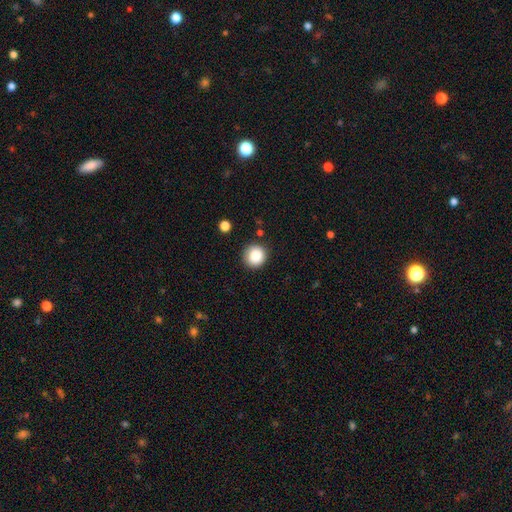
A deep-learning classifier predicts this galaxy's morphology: This is clearly a smooth galaxy (85%). How rounded: clearly round (93%). Merging: clearly none (87%).